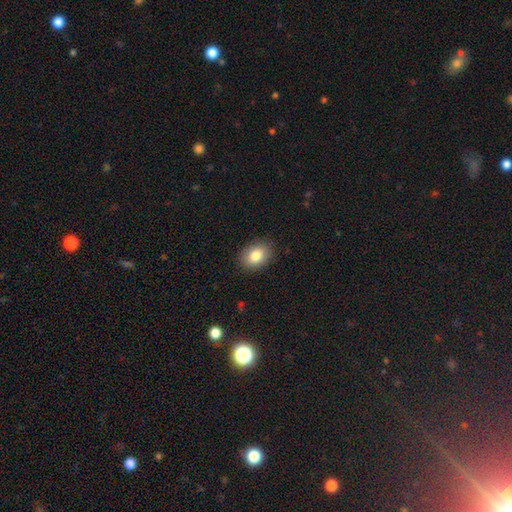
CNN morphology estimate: A smooth galaxy with no disk features (84%) that is in between round and cigar-shaped (74%). Merging: none (88%).